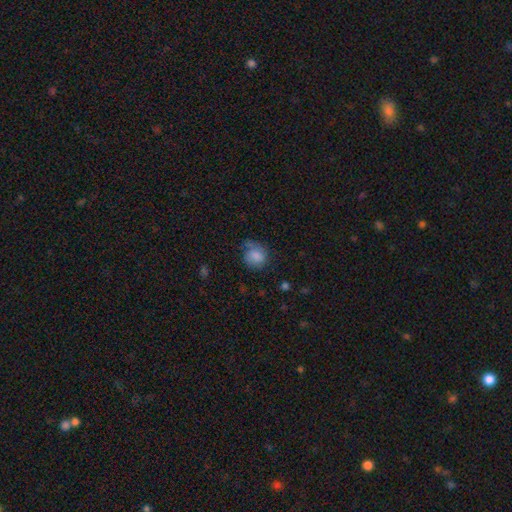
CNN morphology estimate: smooth-or-featured: smooth: 77% | featured or disk: 15% | star or artifact: 8%
  how-rounded: round: 70% | in between: 29% | cigar-shaped: 1%
  merging: none: 50% | minor disturbance: 32% | major disturbance: 16% | merger: 2%